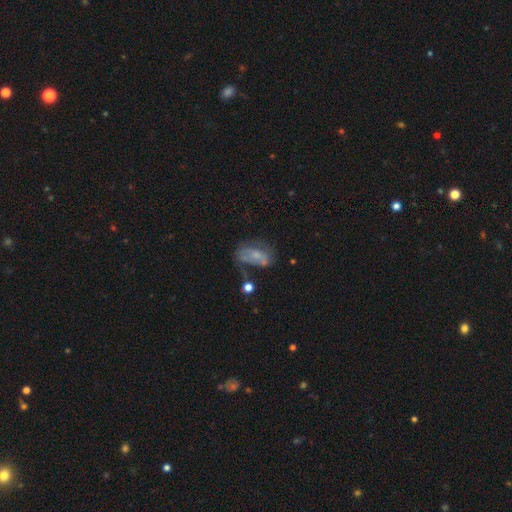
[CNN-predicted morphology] Smooth or featured?
  - smooth: 47% *
  - featured or disk: 42%
  - star or artifact: 11%
Merging?
  - none: 35% *
  - major disturbance: 28%
  - minor disturbance: 27%
  - merger: 9%